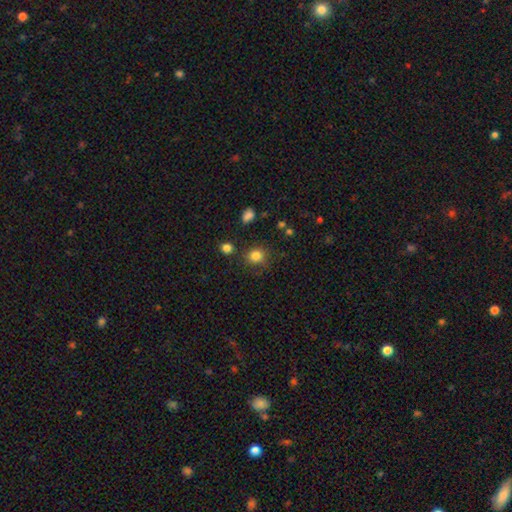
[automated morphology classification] Smooth or featured? Predicted: smooth (p=0.82). How rounded? Predicted: round (p=0.79). Merging? Predicted: none (p=0.78).